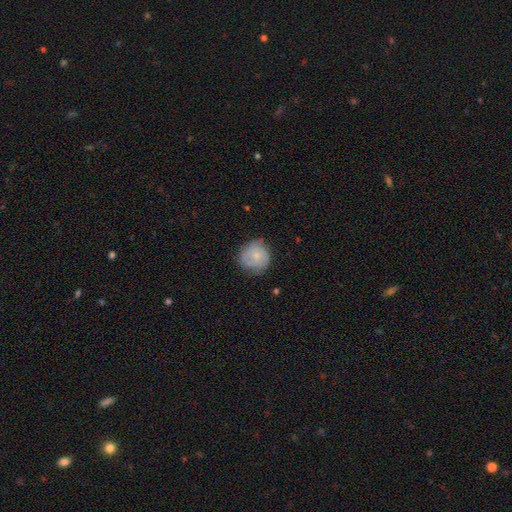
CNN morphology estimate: The model was most divided on "smooth or featured": smooth: 59%, featured or disk: 34%, star or artifact: 7%. More confident: how rounded — round (87%); merging — none (63%).